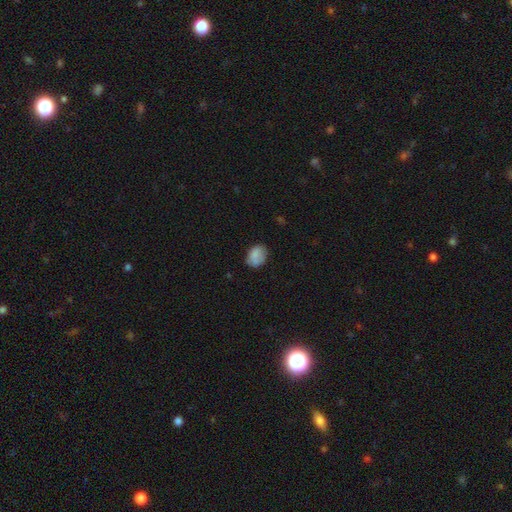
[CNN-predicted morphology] The model was most divided on "how rounded": in between: 68%, round: 31%, cigar-shaped: 1%. More confident: smooth or featured — smooth (80%); merging — none (70%).